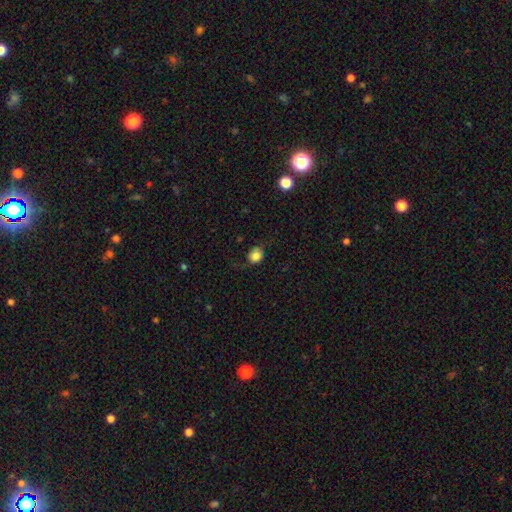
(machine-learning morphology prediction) smooth-or-featured: smooth: 81% | star or artifact: 10% | featured or disk: 9%
  how-rounded: round: 76% | in between: 23% | cigar-shaped: 1%
  merging: none: 67% | minor disturbance: 22% | major disturbance: 10% | merger: 1%